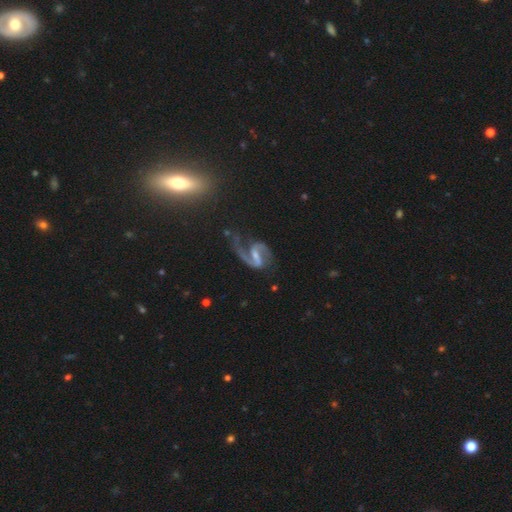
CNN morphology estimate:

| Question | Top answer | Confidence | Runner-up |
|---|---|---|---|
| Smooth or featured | featured or disk | 90% | star or artifact (5%) |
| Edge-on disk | no | 98% | yes (2%) |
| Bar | weak | 44% | strong (43%) |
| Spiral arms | yes | 97% | no (3%) |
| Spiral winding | medium | 48% | loose (40%) |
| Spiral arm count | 2 | 86% | 1 (9%) |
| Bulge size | small | 49% | moderate (31%) |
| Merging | none | 53% | major disturbance (23%) |